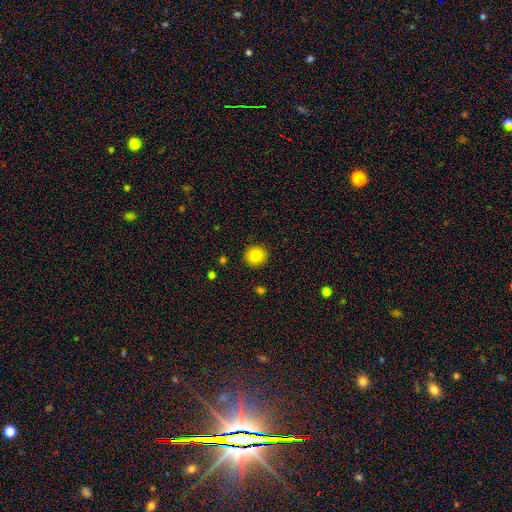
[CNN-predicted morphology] This appears to be a smooth galaxy with no disk features (83%) that is round (93%). Merging: none (91%).